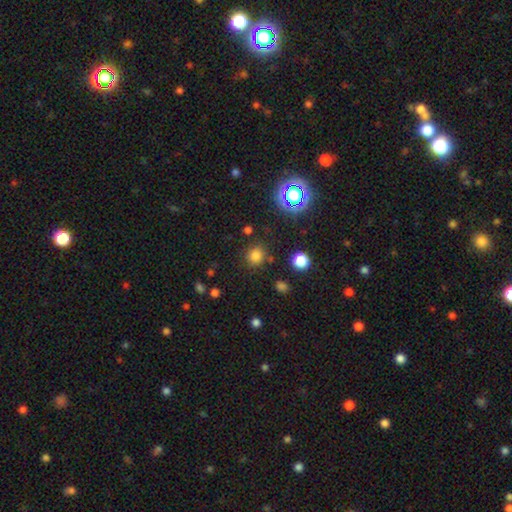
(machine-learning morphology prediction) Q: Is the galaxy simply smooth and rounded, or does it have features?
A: smooth — 76%.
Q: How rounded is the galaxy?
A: round — 86%.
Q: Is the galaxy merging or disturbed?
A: none — 83%.